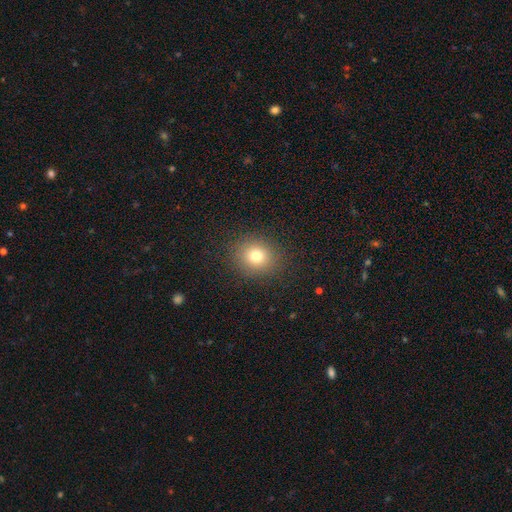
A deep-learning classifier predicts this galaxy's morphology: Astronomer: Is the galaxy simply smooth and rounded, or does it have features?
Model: smooth — 76%.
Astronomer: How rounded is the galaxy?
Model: round — 76%.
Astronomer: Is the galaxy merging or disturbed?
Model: none — 88%.